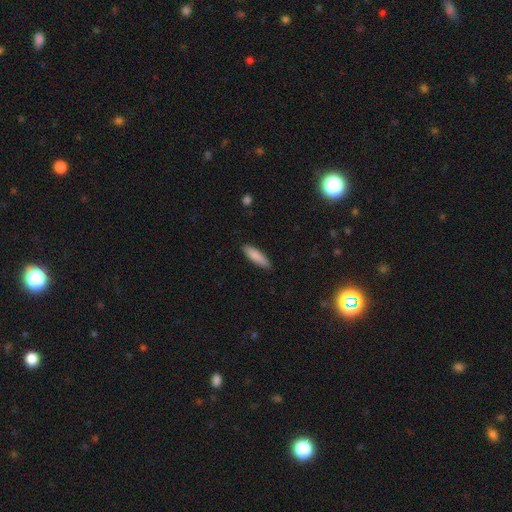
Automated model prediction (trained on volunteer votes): Overall: smooth (86%). How rounded: cigar-shaped (65%; in between 33%). Merging: none (88%).